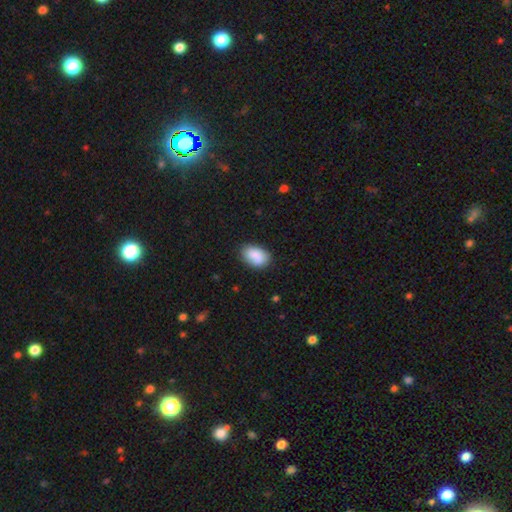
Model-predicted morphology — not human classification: The model was most divided on "merging": none: 75%, minor disturbance: 18%, major disturbance: 4%, merger: 4%. More confident: how rounded — in between (87%); smooth or featured — smooth (85%).